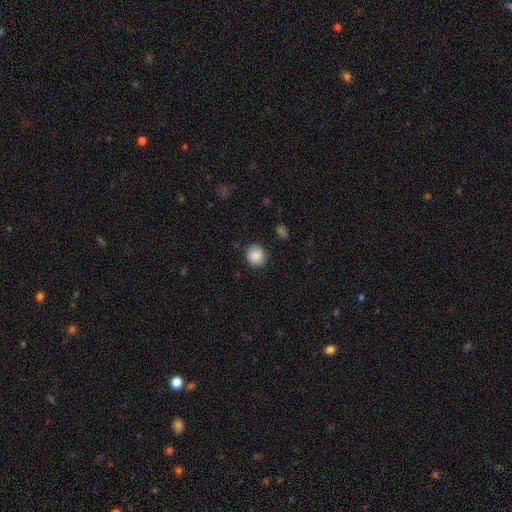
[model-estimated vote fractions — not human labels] A smooth galaxy with no disk features (86%) that is round (82%). Merging: none (81%).